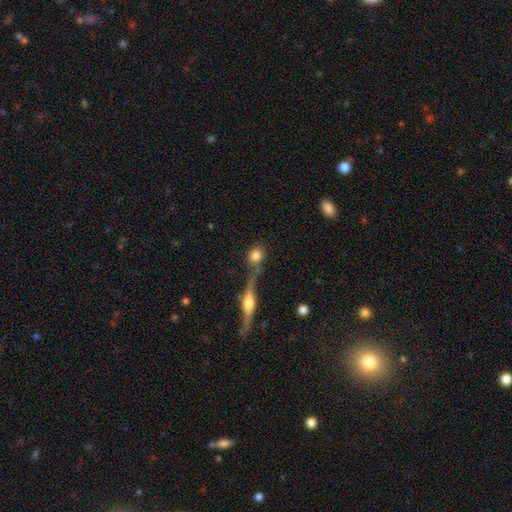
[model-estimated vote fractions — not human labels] This is likely a smooth galaxy (78%). How rounded: likely round (73%). Merging: marginally none (44%).